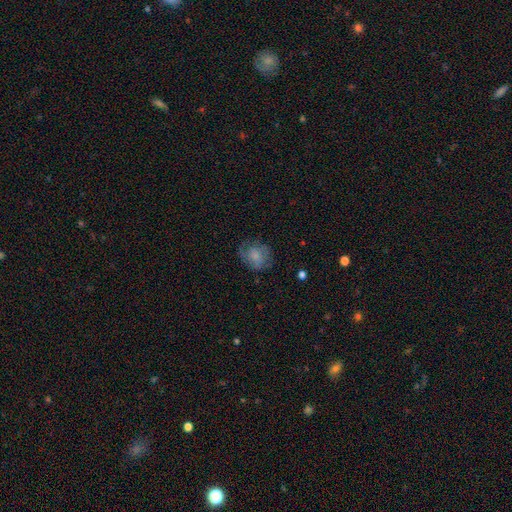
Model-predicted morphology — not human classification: Smooth or featured: smooth — 56% (featured or disk — 36%)
How rounded: round — 65% (in between — 34%)
Merging: none — 60% (minor disturbance — 24%)